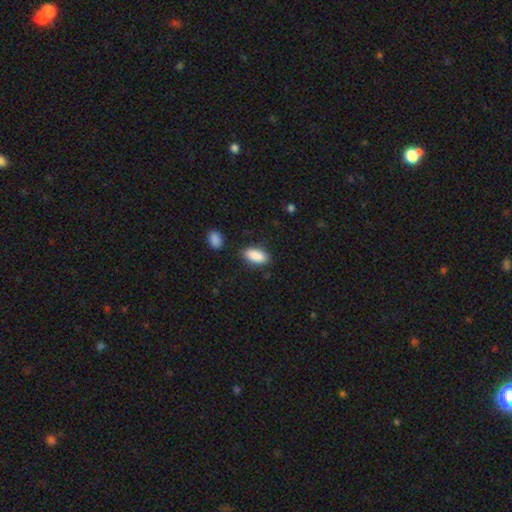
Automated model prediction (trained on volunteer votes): Morphology: type=smooth (89%); roundness=in between (89%); merging=none (84%).